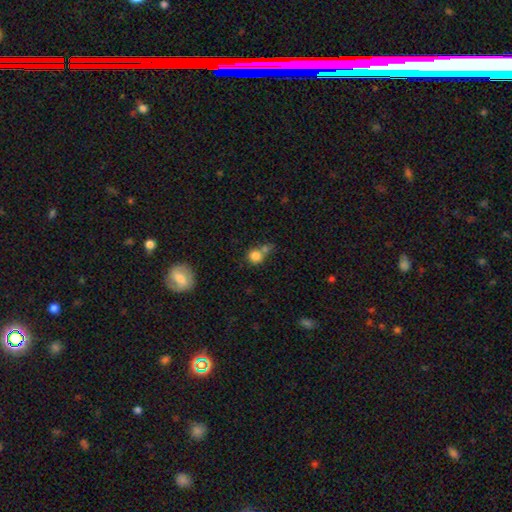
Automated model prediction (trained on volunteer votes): smooth-or-featured: smooth: 82% | star or artifact: 10% | featured or disk: 7%
  how-rounded: round: 87% | in between: 12% | cigar-shaped: 1%
  merging: none: 48% | merger: 37% | minor disturbance: 10% | major disturbance: 5%